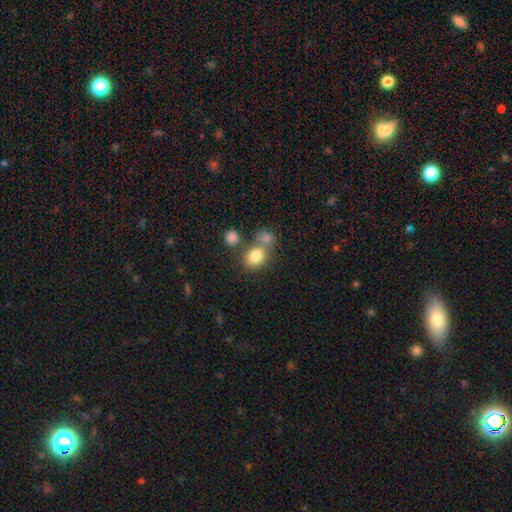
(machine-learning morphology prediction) Smooth or featured? smooth (80%)
How rounded? in between (51%)
Merging? none (50%)